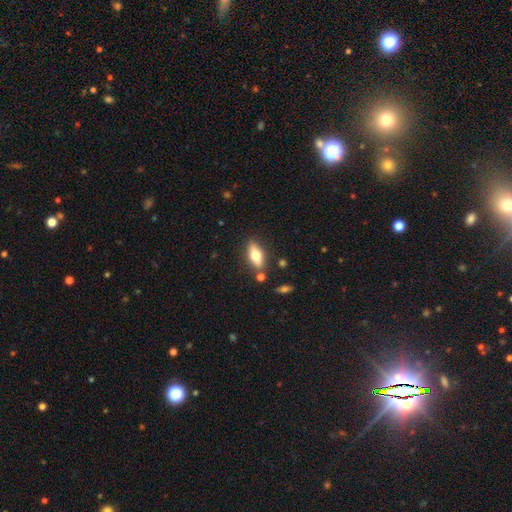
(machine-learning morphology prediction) This appears to be a smooth galaxy with no disk features (62%) that is in between round and cigar-shaped (72%). Merging: none (79%).